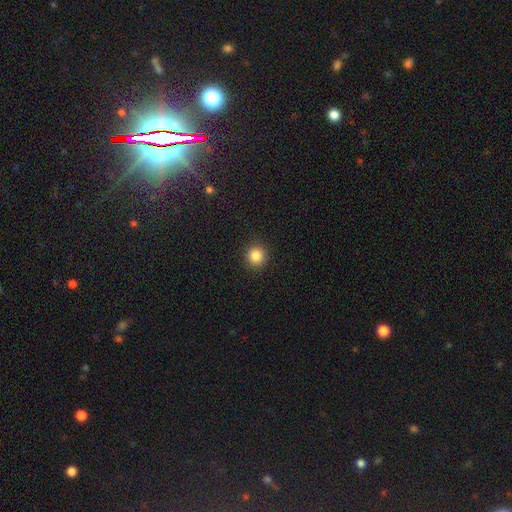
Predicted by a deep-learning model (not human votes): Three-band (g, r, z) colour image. It shows a smooth galaxy with no disk features (85%) that is round (93%). Merging: none (92%).